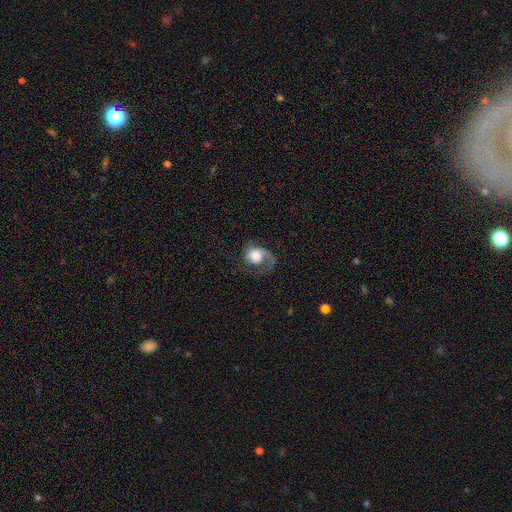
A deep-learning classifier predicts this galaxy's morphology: The model was most divided on "spiral winding": medium: 39%, loose: 38%, tight: 23%. Remaining: edge-on disk — no (98%); spiral arms — yes (91%); spiral arm count — 1 (79%); bar — no (75%); smooth or featured — featured or disk (63%); bulge size — large (51%); merging — none (43%).